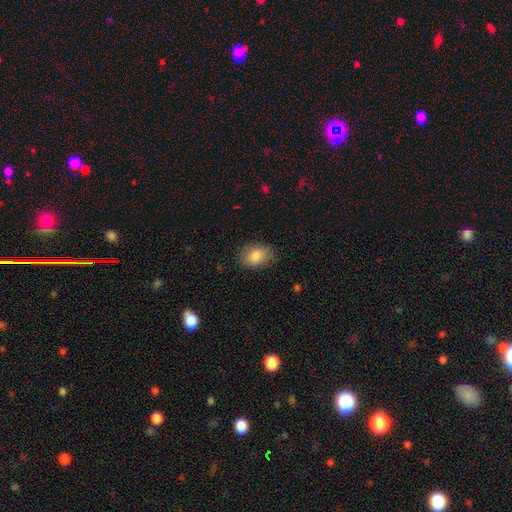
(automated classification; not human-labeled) smooth-or-featured: smooth: 84% | featured or disk: 9% | star or artifact: 7%
  how-rounded: in between: 82% | round: 17% | cigar-shaped: 1%
  merging: none: 82% | minor disturbance: 14% | major disturbance: 3% | merger: 1%